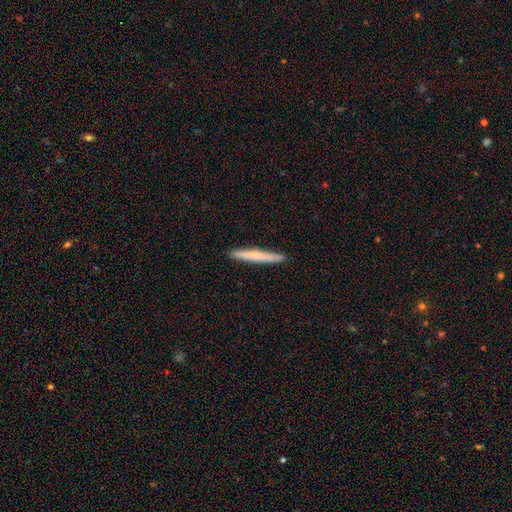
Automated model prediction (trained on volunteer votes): smooth_or_featured: smooth (p=0.60) [alt: featured or disk p=0.35]
how_rounded: cigar-shaped (p=0.96) [alt: in between p=0.02]
merging: none (p=0.91) [alt: minor disturbance p=0.06]